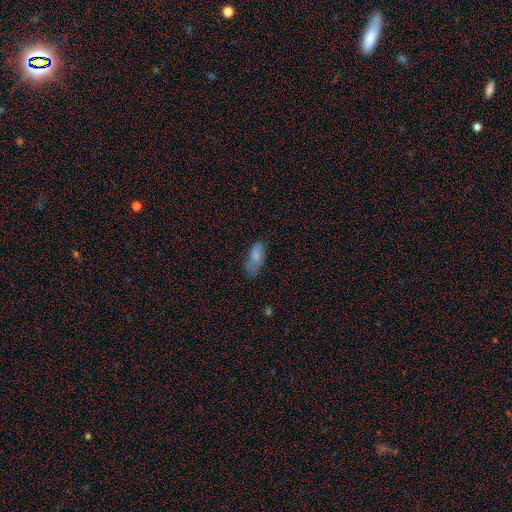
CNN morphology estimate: A smooth galaxy with no disk features (76%) that is in between round and cigar-shaped (88%). Merging: none (53%).